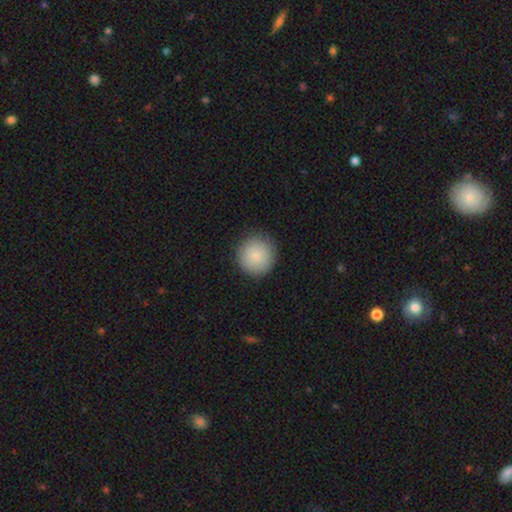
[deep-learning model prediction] A smooth galaxy with no disk features (83%) that is round (95%).

Vote fractions:
- Smooth or featured? smooth: 83% / featured or disk: 10% / star or artifact: 8%
- How rounded? round: 95% / in between: 4% / cigar-shaped: 1%
- Merging? none: 89% / minor disturbance: 8% / major disturbance: 2% / merger: 1%